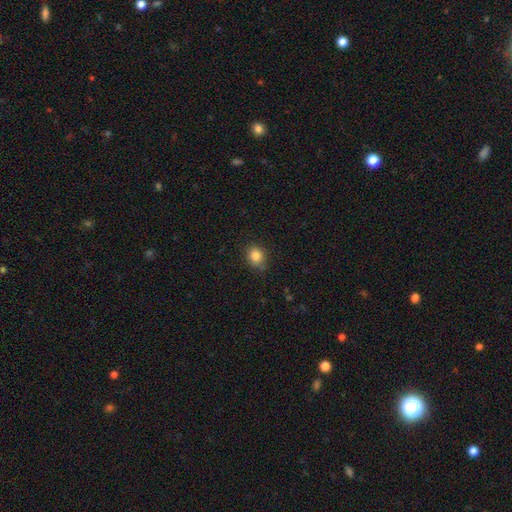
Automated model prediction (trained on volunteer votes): Smooth or featured: smooth — 84% (star or artifact — 11%)
How rounded: round — 72% (in between — 27%)
Merging: none — 80% (minor disturbance — 16%)